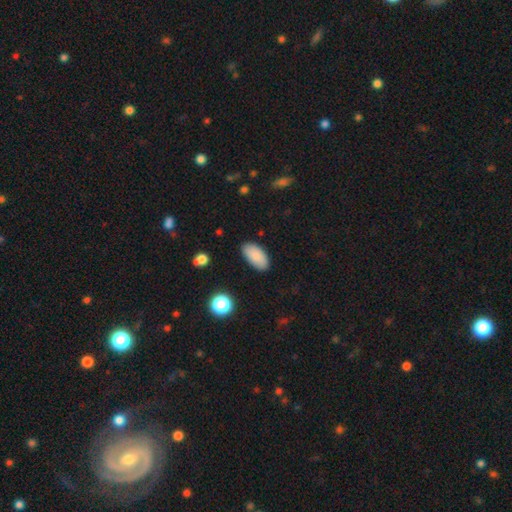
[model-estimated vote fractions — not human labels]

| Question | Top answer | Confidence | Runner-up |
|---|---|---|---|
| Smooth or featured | smooth | 87% | star or artifact (7%) |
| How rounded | in between | 94% | cigar-shaped (3%) |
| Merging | none | 85% | minor disturbance (11%) |